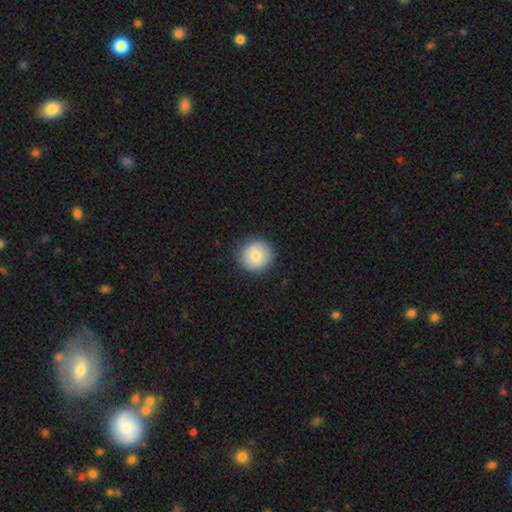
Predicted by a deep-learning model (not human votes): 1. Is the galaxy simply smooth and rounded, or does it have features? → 82% smooth, 10% featured or disk, 8% star or artifact.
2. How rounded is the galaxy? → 92% round, 7% in between, 1% cigar-shaped.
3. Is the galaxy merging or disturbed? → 88% none, 9% minor disturbance, 2% major disturbance, 1% merger.